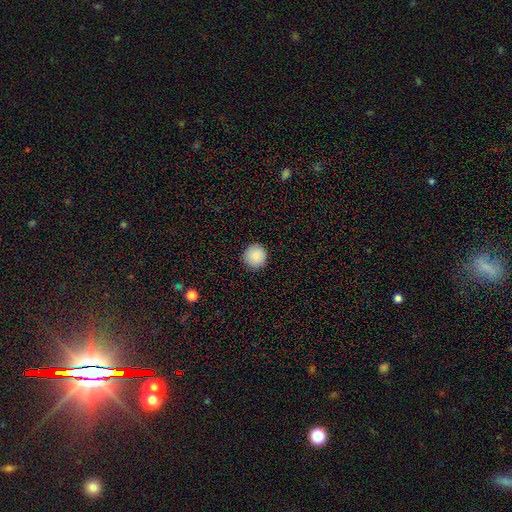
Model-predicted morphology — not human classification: A smooth galaxy with no disk features (89%) that is round (95%).

Vote fractions:
- Smooth or featured? smooth: 89% / star or artifact: 8% / featured or disk: 3%
- How rounded? round: 95% / in between: 4% / cigar-shaped: 1%
- Merging? none: 91% / minor disturbance: 6% / major disturbance: 2% / merger: 1%